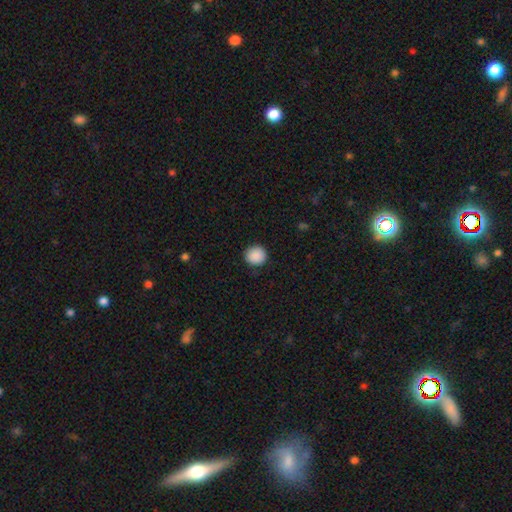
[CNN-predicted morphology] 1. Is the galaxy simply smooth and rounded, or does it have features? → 90% smooth, 8% star or artifact, 2% featured or disk.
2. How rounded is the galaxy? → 93% round, 6% in between, 1% cigar-shaped.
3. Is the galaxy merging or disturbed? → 91% none, 6% minor disturbance, 2% major disturbance, 1% merger.